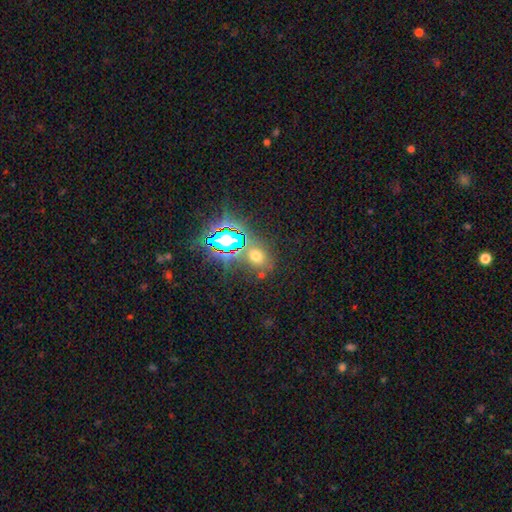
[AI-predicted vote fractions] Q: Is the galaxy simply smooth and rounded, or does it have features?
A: smooth — 48%.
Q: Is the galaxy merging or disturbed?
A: none — 74%.